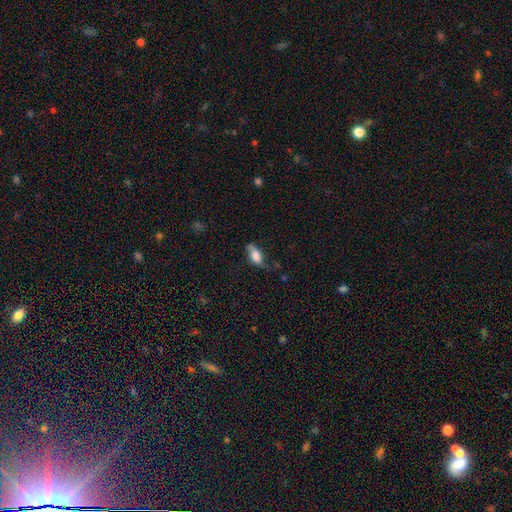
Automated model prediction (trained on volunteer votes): Smooth or featured: smooth — 71% (featured or disk — 22%)
How rounded: in between — 82% (cigar-shaped — 13%)
Merging: none — 51% (minor disturbance — 33%)